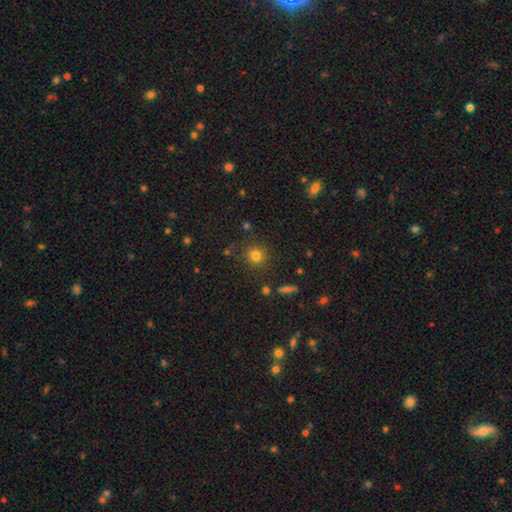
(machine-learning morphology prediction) Smooth or featured? Predicted: smooth (p=0.78). How rounded? Predicted: round (p=0.91). Merging? Predicted: none (p=0.85).